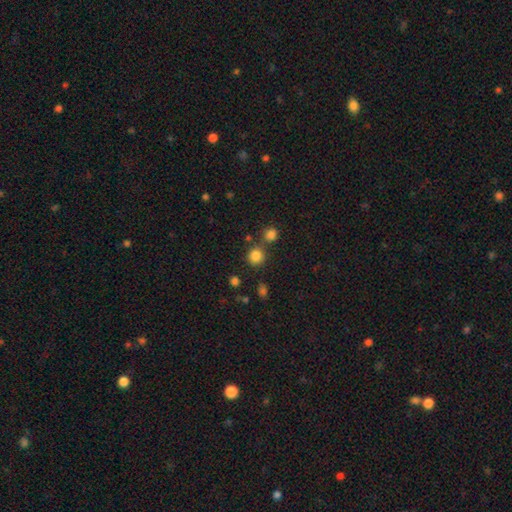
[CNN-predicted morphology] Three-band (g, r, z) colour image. It shows a smooth galaxy with no disk features (82%) that is round (89%). Merging: none (73%).